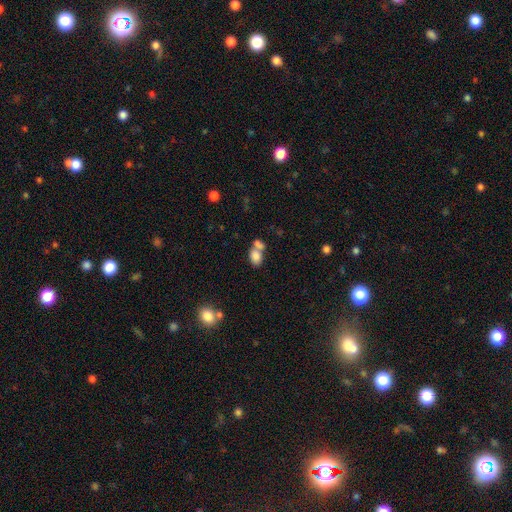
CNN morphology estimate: smooth-or-featured: smooth: 81% | featured or disk: 10% | star or artifact: 9%
  how-rounded: in between: 80% | round: 18% | cigar-shaped: 2%
  merging: merger: 52% | none: 34% | minor disturbance: 9% | major disturbance: 5%